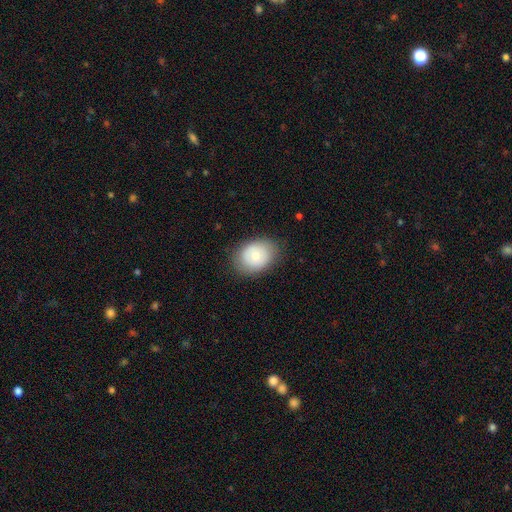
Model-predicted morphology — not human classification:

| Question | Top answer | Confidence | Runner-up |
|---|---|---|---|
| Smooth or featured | smooth | 68% | featured or disk (24%) |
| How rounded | in between | 59% | round (40%) |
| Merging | none | 81% | minor disturbance (14%) |